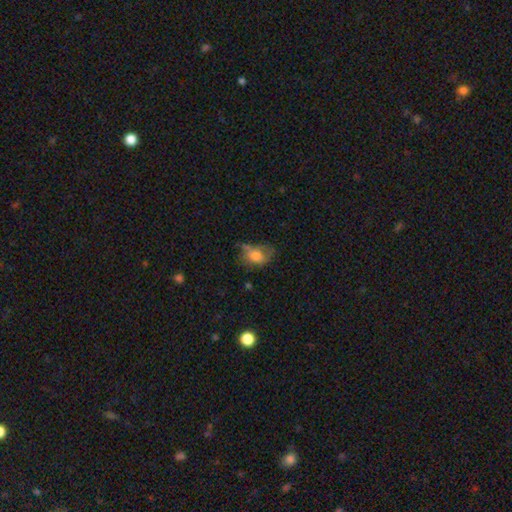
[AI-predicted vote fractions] The model was most divided on "merging": none: 35%, minor disturbance: 32%, major disturbance: 28%, merger: 5%. More confident: how rounded — in between (77%); smooth or featured — smooth (64%).